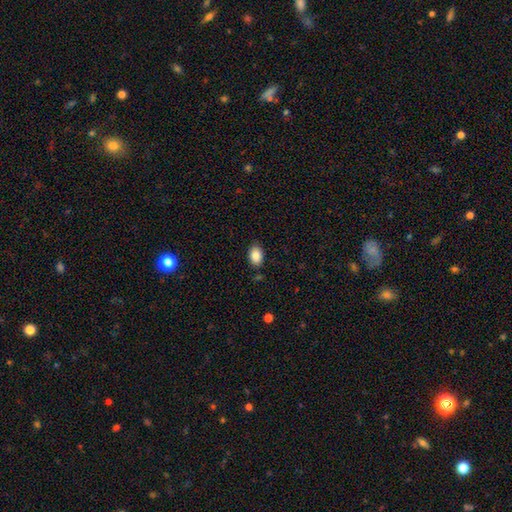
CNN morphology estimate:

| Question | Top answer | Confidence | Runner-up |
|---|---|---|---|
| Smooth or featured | smooth | 86% | star or artifact (8%) |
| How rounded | in between | 82% | round (17%) |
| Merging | none | 84% | minor disturbance (11%) |